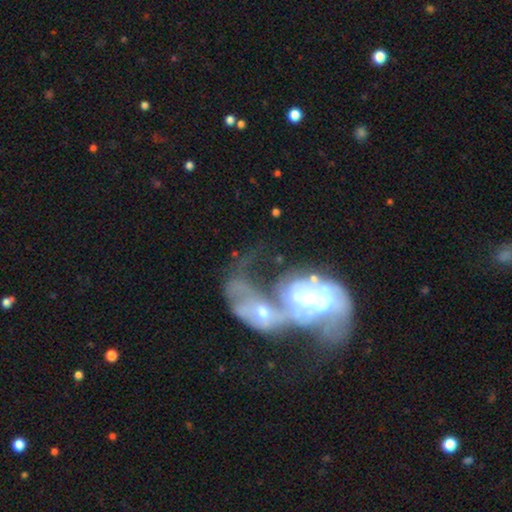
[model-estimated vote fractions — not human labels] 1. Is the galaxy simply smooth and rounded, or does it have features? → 73% featured or disk, 16% smooth, 10% star or artifact.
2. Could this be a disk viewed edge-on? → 95% no, 5% yes.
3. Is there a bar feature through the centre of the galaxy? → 48% no, 34% weak, 18% strong.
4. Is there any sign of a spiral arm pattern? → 72% yes, 28% no.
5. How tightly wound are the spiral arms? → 40% loose, 34% medium, 26% tight.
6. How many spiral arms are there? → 50% 2, 27% can't tell, 16% 1, 4% 3, 2% 4, 2% more than 4.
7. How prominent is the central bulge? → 51% moderate, 27% small, 12% large, 7% none, 3% dominant.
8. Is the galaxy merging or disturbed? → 79% merger, 11% major disturbance, 6% none, 4% minor disturbance.